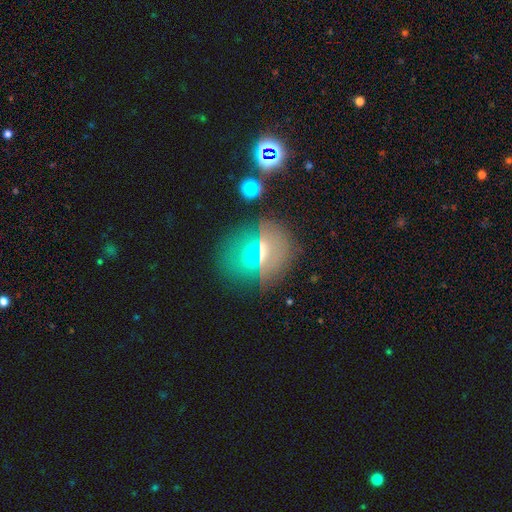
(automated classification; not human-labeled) The model was most divided on "smooth or featured": smooth: 43%, star or artifact: 31%, featured or disk: 26%. More confident: merging — none (71%).